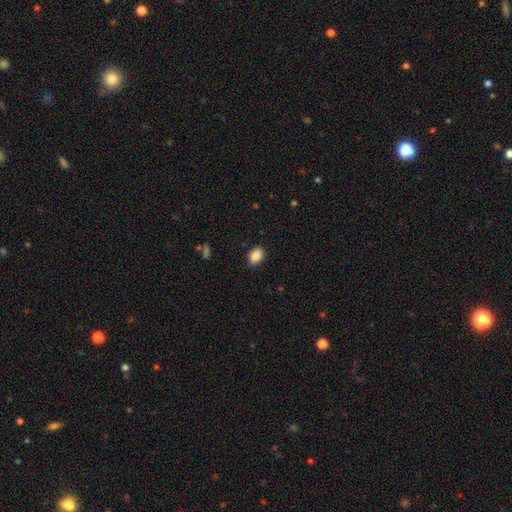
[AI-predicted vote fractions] This is clearly a smooth galaxy (88%). How rounded: clearly in between (82%). Merging: clearly none (87%).